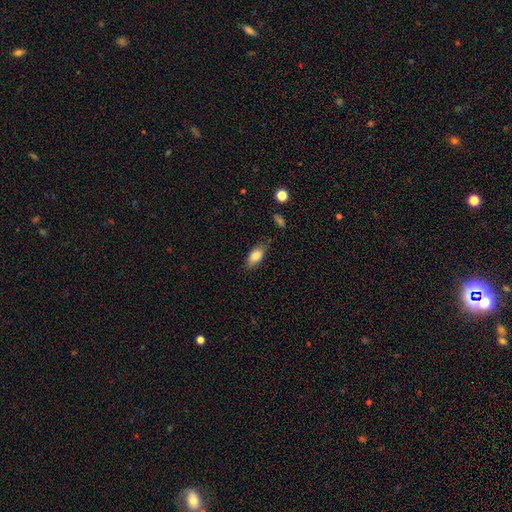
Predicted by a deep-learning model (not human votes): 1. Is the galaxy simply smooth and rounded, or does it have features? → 82% smooth, 11% featured or disk, 7% star or artifact.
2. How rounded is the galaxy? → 88% in between, 8% cigar-shaped, 4% round.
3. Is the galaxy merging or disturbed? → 81% none, 15% minor disturbance, 3% major disturbance, 2% merger.